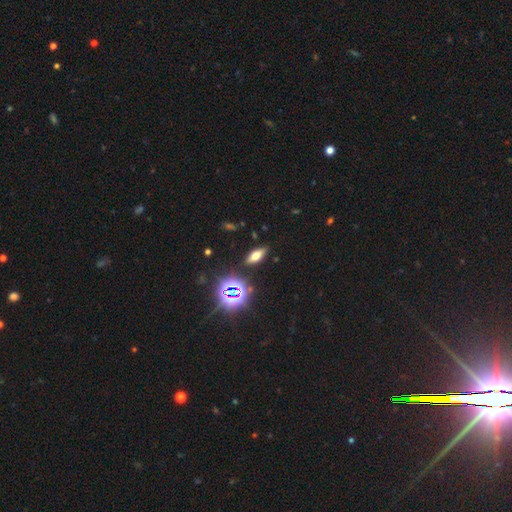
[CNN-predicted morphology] type=smooth (51%); roundness=in between (66%); merging=none (87%).